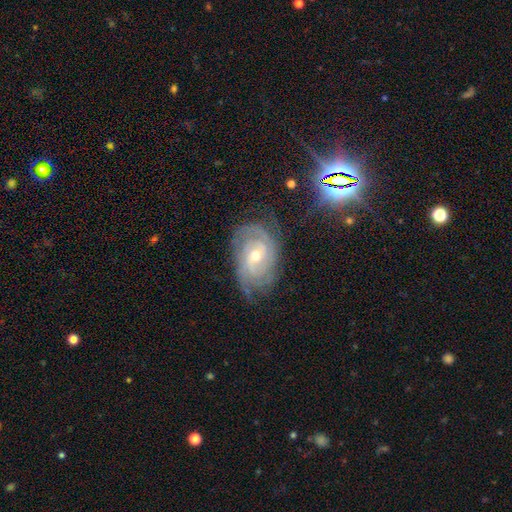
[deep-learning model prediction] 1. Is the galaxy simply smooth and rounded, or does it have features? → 86% featured or disk, 7% star or artifact, 7% smooth.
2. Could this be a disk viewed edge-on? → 96% no, 4% yes.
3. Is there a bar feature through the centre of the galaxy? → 55% no, 35% weak, 11% strong.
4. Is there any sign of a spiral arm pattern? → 96% yes, 4% no.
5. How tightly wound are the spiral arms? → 71% tight, 24% medium, 5% loose.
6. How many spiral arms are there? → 29% can't tell, 28% 2, 23% 3, 9% 4, 5% more than 4, 5% 1.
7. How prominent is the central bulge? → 51% moderate, 46% small, 1% large, 1% none, 1% dominant.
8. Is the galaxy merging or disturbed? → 71% none, 20% minor disturbance, 8% major disturbance, 2% merger.